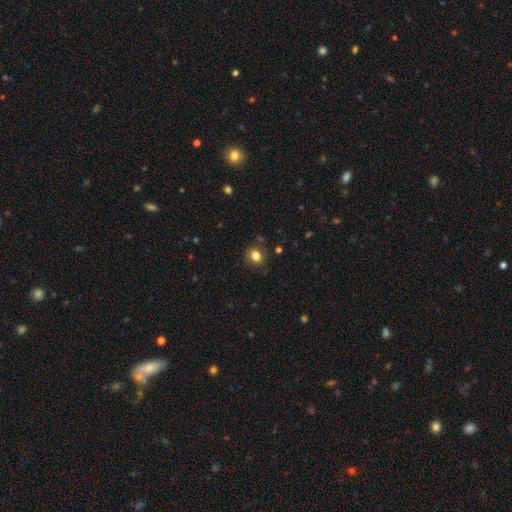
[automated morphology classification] The model was most divided on "how rounded": round: 68%, in between: 31%, cigar-shaped: 1%. More confident: merging — none (83%); smooth or featured — smooth (81%).